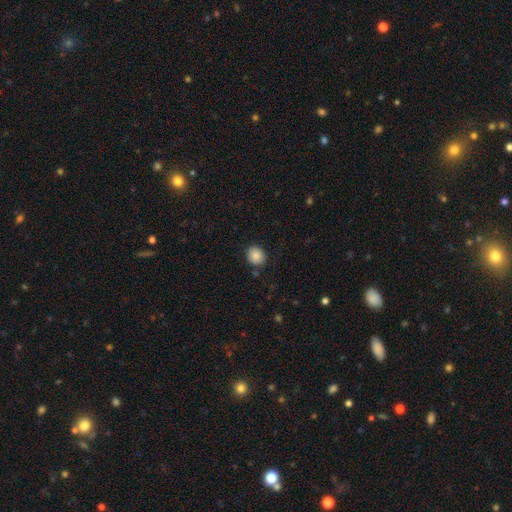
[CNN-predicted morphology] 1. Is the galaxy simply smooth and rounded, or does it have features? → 87% smooth, 9% star or artifact, 4% featured or disk.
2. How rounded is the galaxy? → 73% round, 26% in between, 1% cigar-shaped.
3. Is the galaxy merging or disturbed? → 86% none, 10% minor disturbance, 3% major disturbance, 2% merger.